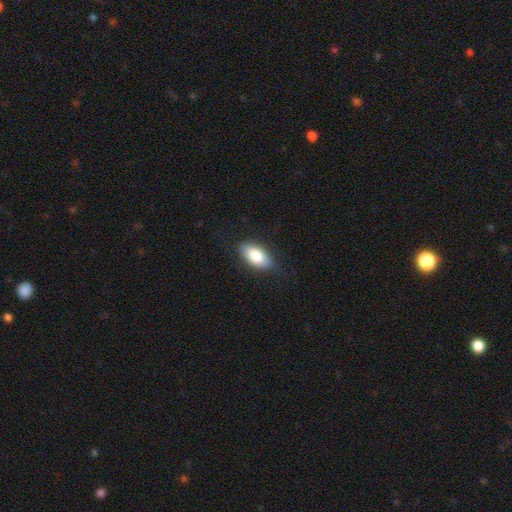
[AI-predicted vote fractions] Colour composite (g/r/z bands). It shows a smooth galaxy with no disk features (83%) that is in between round and cigar-shaped (92%). Merging: none (81%).